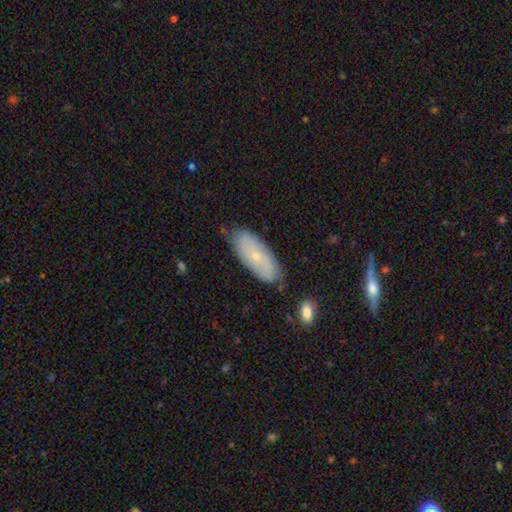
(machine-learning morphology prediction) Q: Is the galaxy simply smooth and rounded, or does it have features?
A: smooth — 54%.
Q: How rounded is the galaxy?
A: in between — 81%.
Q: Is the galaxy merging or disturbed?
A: none — 78%.